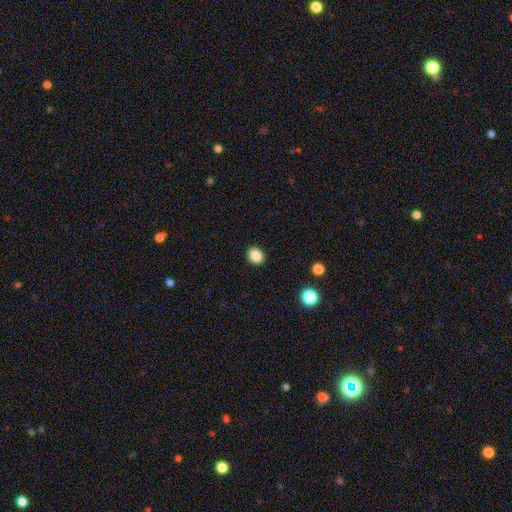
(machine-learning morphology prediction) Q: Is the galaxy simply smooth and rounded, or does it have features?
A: smooth — 86%.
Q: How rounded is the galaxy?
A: round — 56%.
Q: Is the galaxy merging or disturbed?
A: none — 91%.